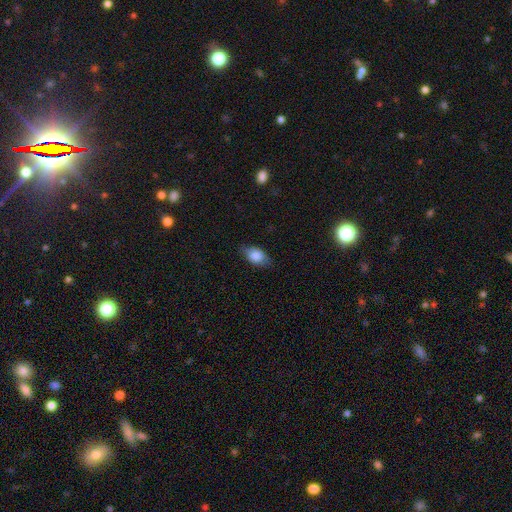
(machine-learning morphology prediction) smooth_or_featured: smooth (p=0.83) [alt: featured or disk p=0.10]
how_rounded: in between (p=0.86) [alt: round p=0.11]
merging: none (p=0.77) [alt: minor disturbance p=0.18]